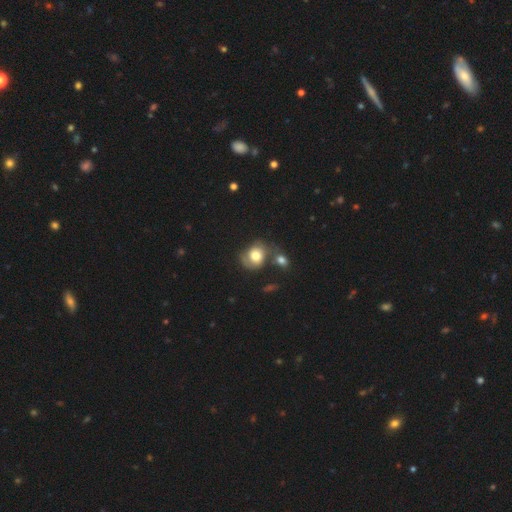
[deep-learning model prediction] A smooth galaxy with no disk features (63%) that is round (63%).

Vote fractions:
- Smooth or featured? smooth: 63% / featured or disk: 28% / star or artifact: 9%
- How rounded? round: 63% / in between: 36% / cigar-shaped: 1%
- Merging? none: 43% / merger: 25% / minor disturbance: 20% / major disturbance: 11%